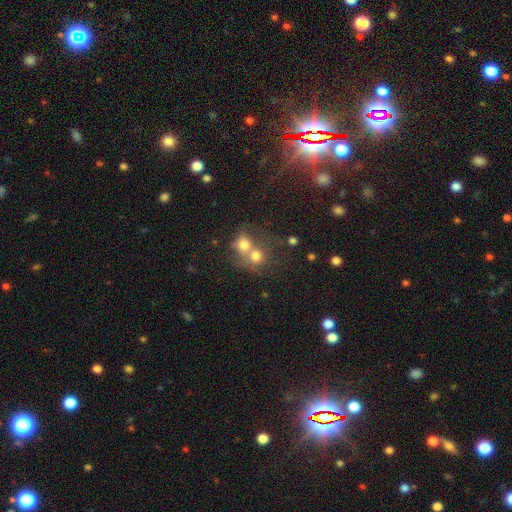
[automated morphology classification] smooth 71%, featured or disk 17%, star or artifact 13%. Down the decision tree: how rounded — round (75%); merging — merger (65%).